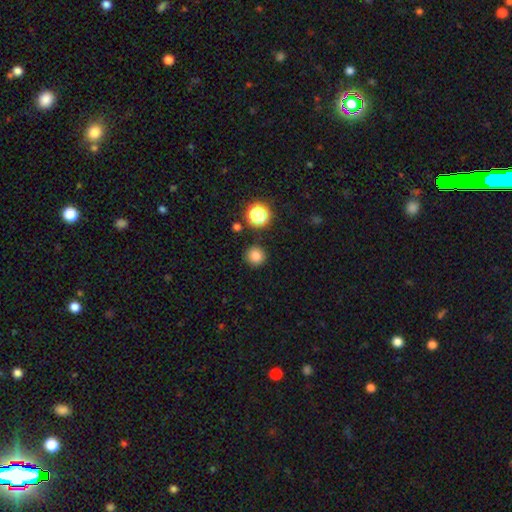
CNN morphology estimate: The model was most divided on "smooth or featured": smooth: 80%, star or artifact: 15%, featured or disk: 5%. More confident: how rounded — round (93%); merging — none (88%).